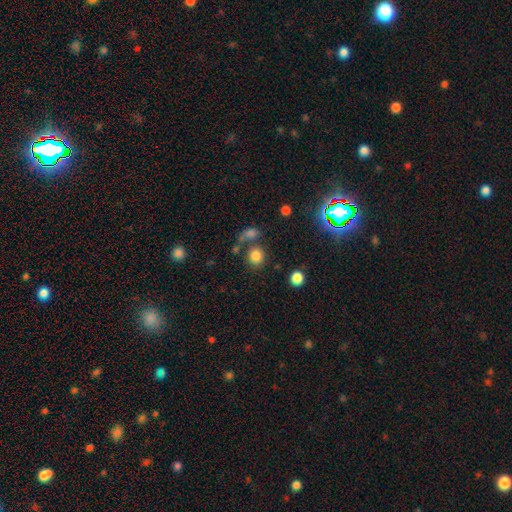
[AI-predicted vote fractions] Morphology: type=smooth (80%); roundness=round (84%); merging=none (70%).